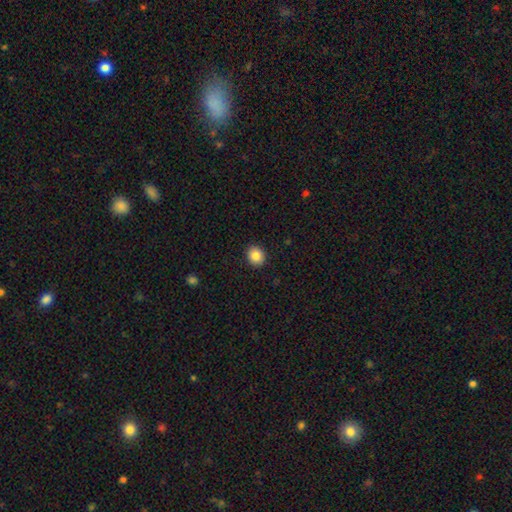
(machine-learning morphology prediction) The model was most divided on "how rounded": round: 72%, in between: 27%, cigar-shaped: 1%. More confident: merging — none (91%); smooth or featured — smooth (87%).